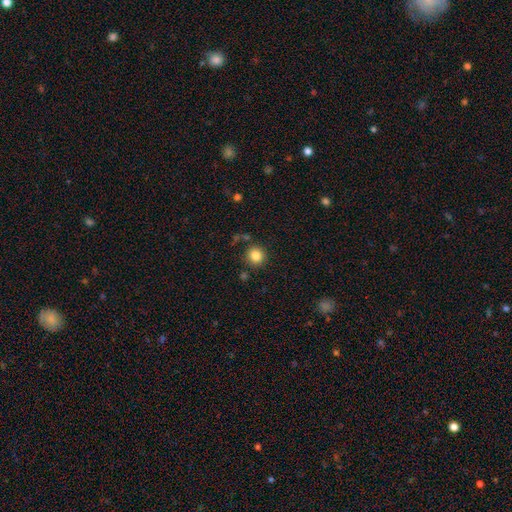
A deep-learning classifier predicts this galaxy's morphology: Q: Smooth or featured?
A: smooth (84%); runner-up: star or artifact (11%)
Q: How rounded?
A: round (92%); runner-up: in between (7%)
Q: Merging?
A: none (85%); runner-up: minor disturbance (8%)